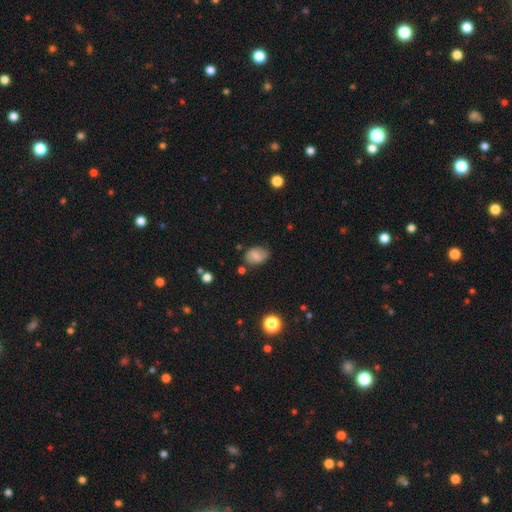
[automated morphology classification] smooth 71%, featured or disk 19%, star or artifact 10%. Down the decision tree: how rounded — in between (78%); merging — none (70%).